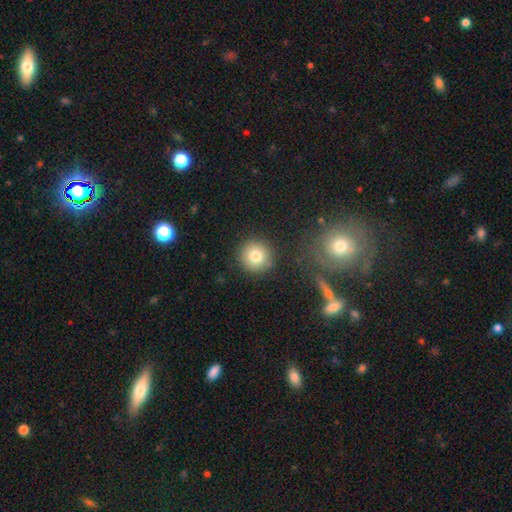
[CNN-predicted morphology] A smooth galaxy with no disk features (79%) that is round (95%).

Vote fractions:
- Smooth or featured? smooth: 79% / star or artifact: 11% / featured or disk: 11%
- How rounded? round: 95% / in between: 4% / cigar-shaped: 1%
- Merging? none: 89% / minor disturbance: 7% / major disturbance: 3% / merger: 2%